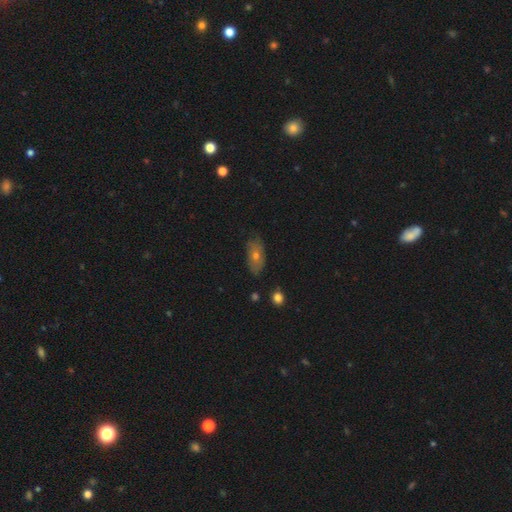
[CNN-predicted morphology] Overall: smooth (51%; featured or disk 36%). How rounded: in between (84%). Merging: none (77%).